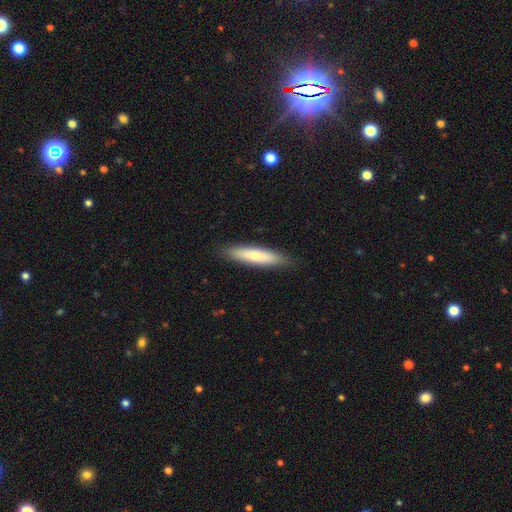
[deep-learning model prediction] Q: Smooth or featured?
A: smooth (67%); runner-up: featured or disk (28%)
Q: How rounded?
A: cigar-shaped (82%); runner-up: in between (16%)
Q: Merging?
A: none (88%); runner-up: minor disturbance (9%)